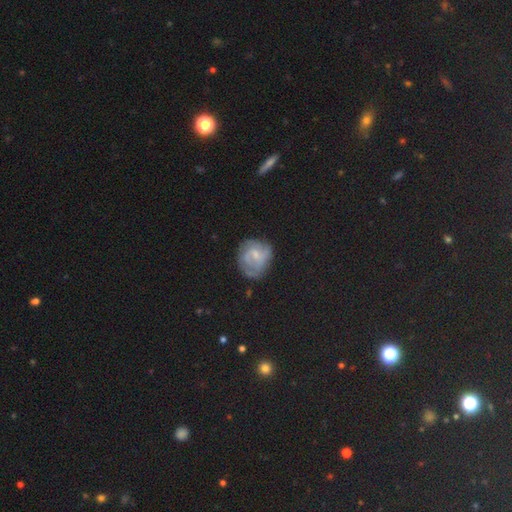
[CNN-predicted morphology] A featured or disk galaxy (53%) with no bar (50%), spiral arms (72%) and a small central bulge (54%). Merging: none (56%).